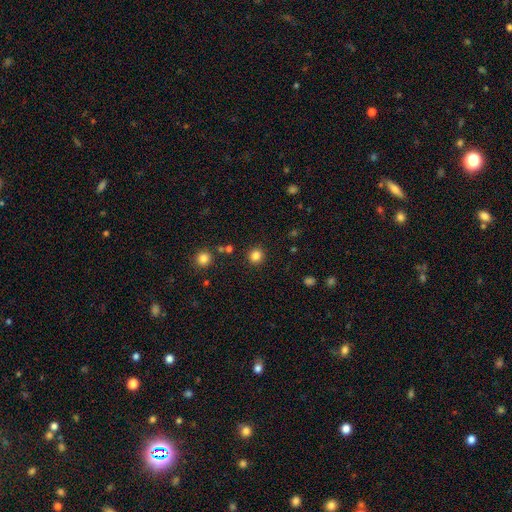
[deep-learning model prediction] Smooth or featured: smooth — 83% (star or artifact — 13%)
How rounded: round — 93% (in between — 6%)
Merging: none — 90% (minor disturbance — 5%)